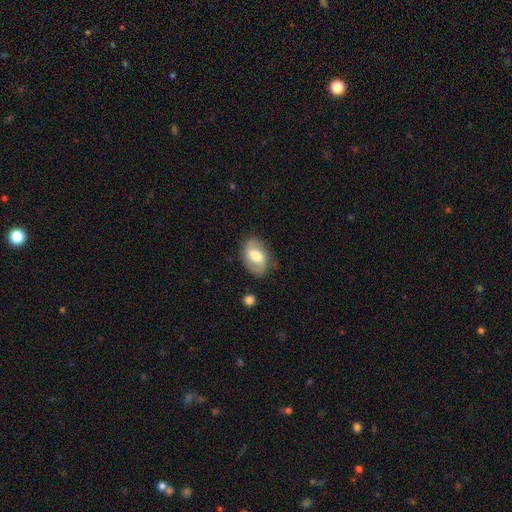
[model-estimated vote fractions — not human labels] Smooth or featured? Predicted: featured or disk (p=0.51). Edge-on disk? Predicted: no (p=0.95). Merging? Predicted: none (p=0.76).